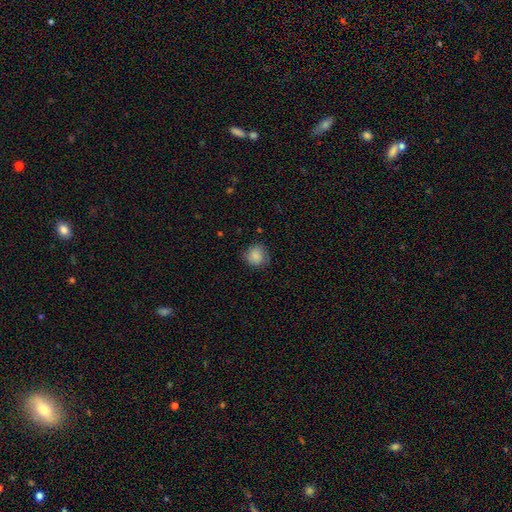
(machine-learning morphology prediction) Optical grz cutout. It shows a smooth galaxy with no disk features (85%) that is round (86%). Merging: none (81%).